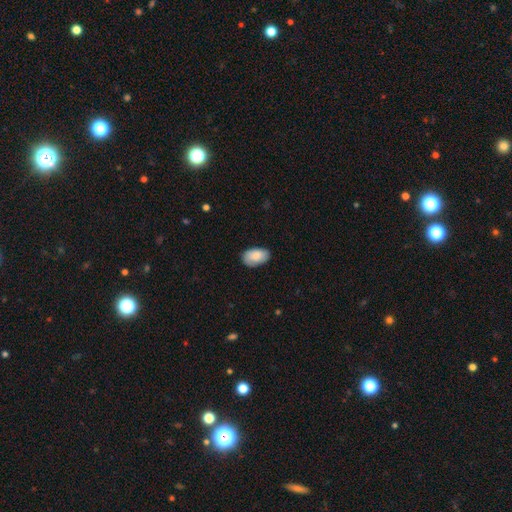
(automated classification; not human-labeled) Q: Smooth or featured?
A: smooth (86%); runner-up: featured or disk (8%)
Q: How rounded?
A: in between (93%); runner-up: round (6%)
Q: Merging?
A: none (80%); runner-up: minor disturbance (16%)